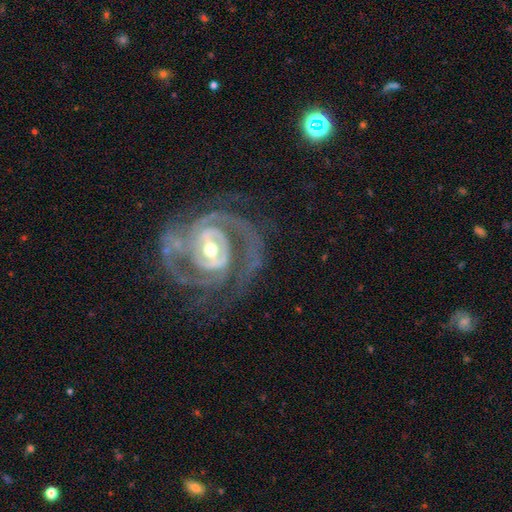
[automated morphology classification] Smooth or featured? Predicted: featured or disk (p=0.92). Edge-on disk? Predicted: no (p=0.98). Bar? Predicted: strong (p=0.40). Spiral arms? Predicted: yes (p=0.98). Spiral winding? Predicted: tight (p=0.57). Spiral arm count? Predicted: 2 (p=0.59). Bulge size? Predicted: moderate (p=0.55). Merging? Predicted: none (p=0.66).